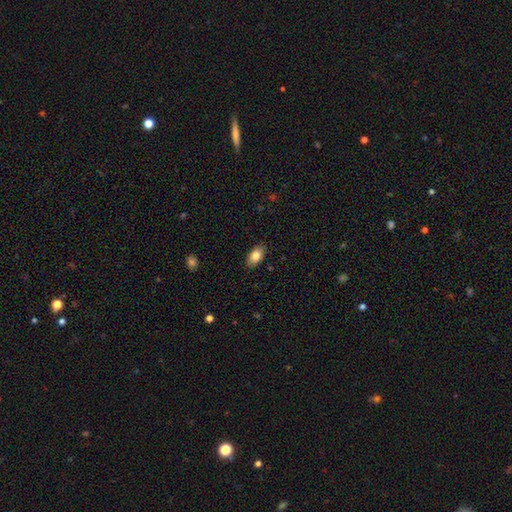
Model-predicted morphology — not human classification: Q: Smooth or featured?
A: smooth (82%); runner-up: featured or disk (11%)
Q: How rounded?
A: in between (92%); runner-up: round (6%)
Q: Merging?
A: none (88%); runner-up: minor disturbance (9%)